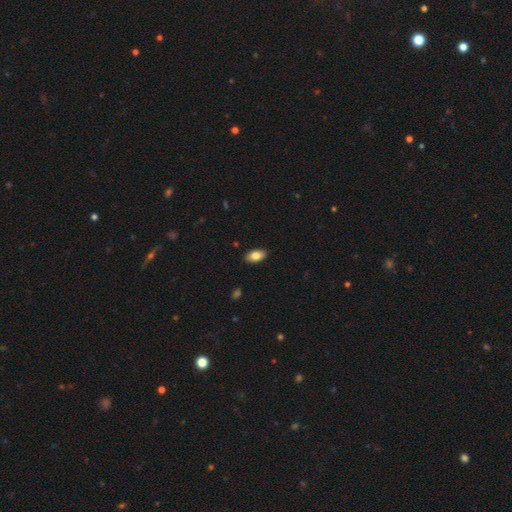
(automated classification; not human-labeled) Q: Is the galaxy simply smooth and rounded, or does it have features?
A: smooth — 83%.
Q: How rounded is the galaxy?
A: in between — 93%.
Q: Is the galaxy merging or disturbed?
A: none — 89%.